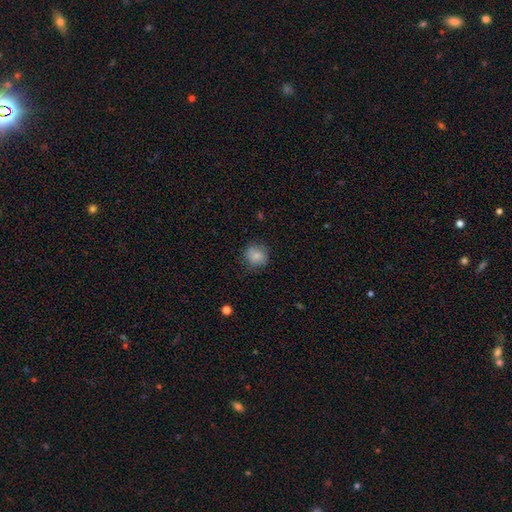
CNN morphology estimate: Overall: smooth (82%). How rounded: round (83%). Merging: none (76%).